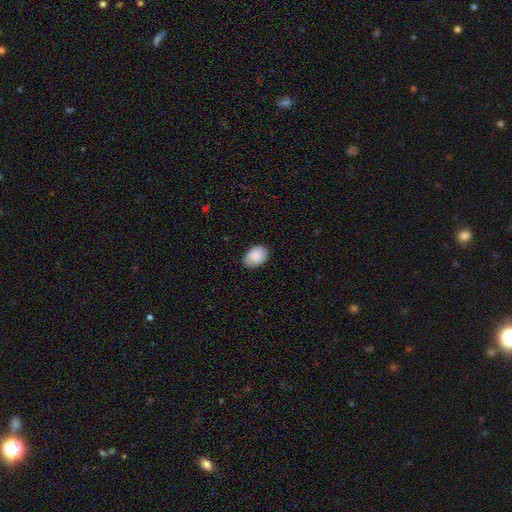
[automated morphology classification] A smooth galaxy with no disk features (89%) that is in between round and cigar-shaped (78%).

Vote fractions:
- Smooth or featured? smooth: 89% / star or artifact: 6% / featured or disk: 5%
- How rounded? in between: 78% / round: 21% / cigar-shaped: 1%
- Merging? none: 82% / minor disturbance: 15% / major disturbance: 2% / merger: 1%